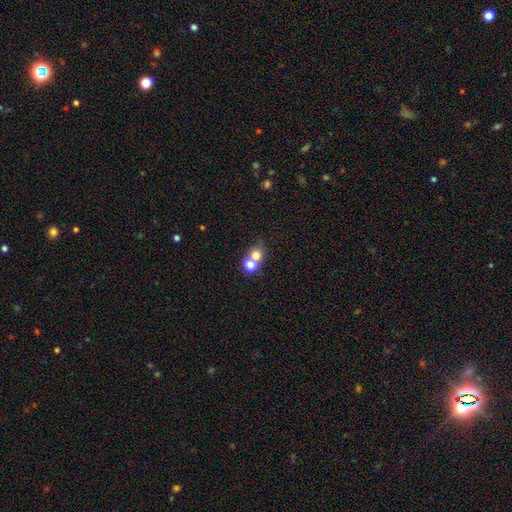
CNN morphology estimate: The model was most divided on "merging": merger: 55%, none: 37%, minor disturbance: 5%, major disturbance: 3%. More confident: how rounded — round (80%); smooth or featured — smooth (72%).